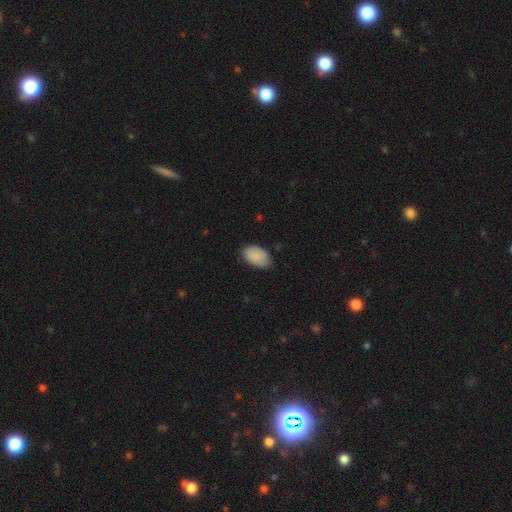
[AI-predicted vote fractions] Overall: smooth (88%). How rounded: in between (93%). Merging: none (74%).